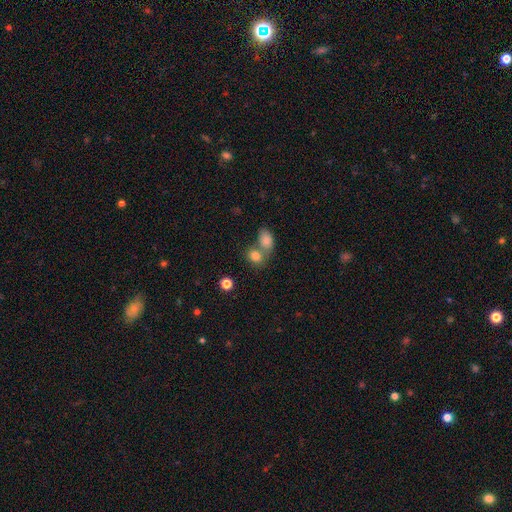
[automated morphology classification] Smooth or featured? smooth (81%)
How rounded? in between (56%)
Merging? merger (49%)